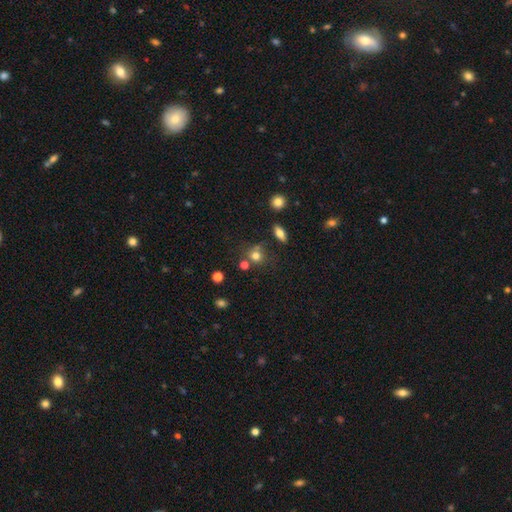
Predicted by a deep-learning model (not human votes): A smooth galaxy with no disk features (74%) that is round (82%).

Vote fractions:
- Smooth or featured? smooth: 74% / star or artifact: 15% / featured or disk: 10%
- How rounded? round: 82% / in between: 17% / cigar-shaped: 2%
- Merging? none: 63% / merger: 19% / minor disturbance: 13% / major disturbance: 5%